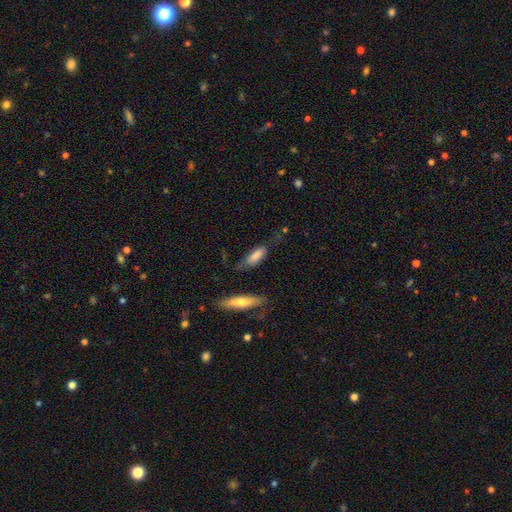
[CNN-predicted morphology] A smooth galaxy with no disk features (76%) that is in between round and cigar-shaped (61%).

Vote fractions:
- Smooth or featured? smooth: 76% / featured or disk: 17% / star or artifact: 8%
- How rounded? in between: 61% / cigar-shaped: 37% / round: 2%
- Merging? none: 56% / minor disturbance: 27% / major disturbance: 11% / merger: 6%